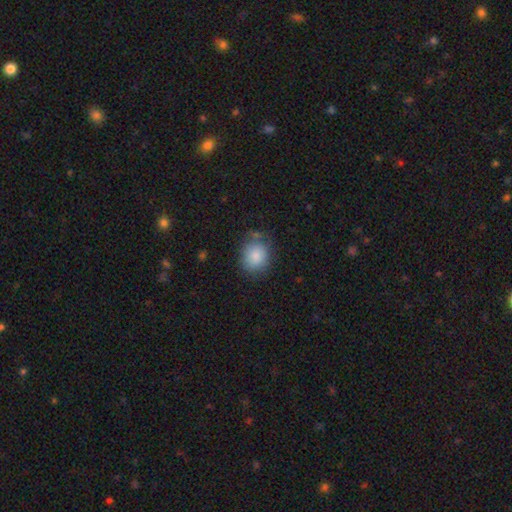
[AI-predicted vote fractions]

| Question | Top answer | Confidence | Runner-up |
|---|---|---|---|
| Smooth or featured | smooth | 86% | star or artifact (8%) |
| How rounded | round | 67% | in between (32%) |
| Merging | none | 71% | minor disturbance (20%) |